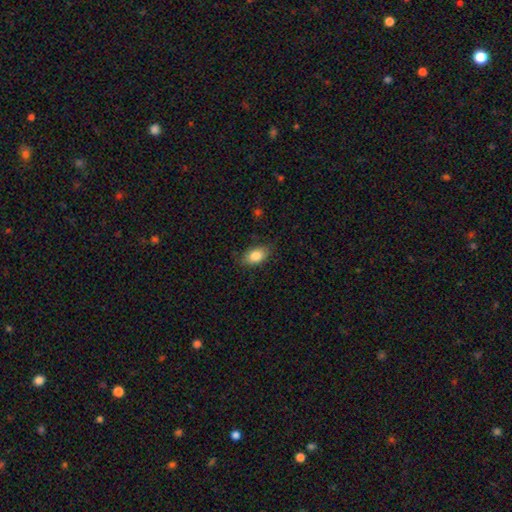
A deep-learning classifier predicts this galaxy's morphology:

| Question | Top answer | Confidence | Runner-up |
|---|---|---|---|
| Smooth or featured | smooth | 84% | featured or disk (9%) |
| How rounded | in between | 88% | round (8%) |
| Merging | none | 82% | minor disturbance (14%) |